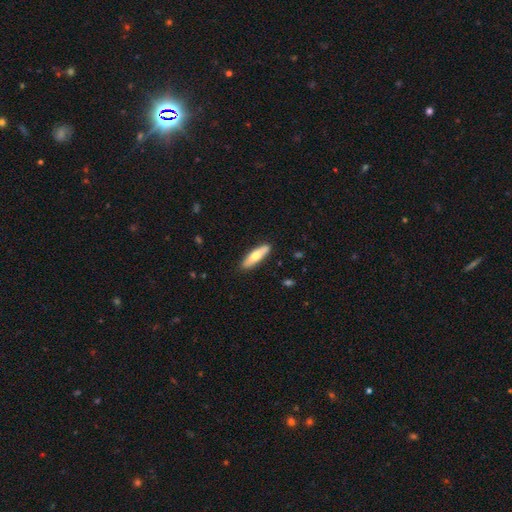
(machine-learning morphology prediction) This appears to be a smooth galaxy with no disk features (64%) that is cigar-shaped (62%). Merging: none (88%).